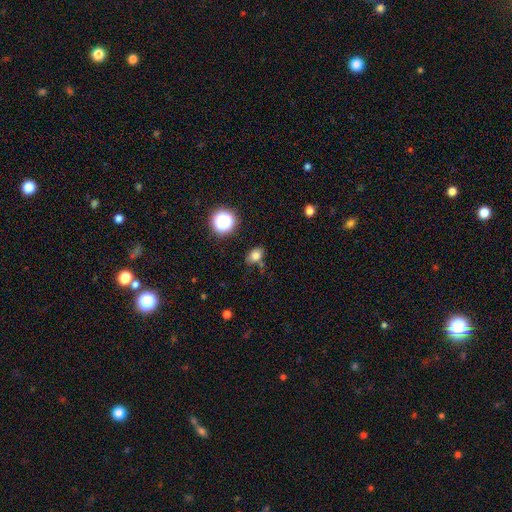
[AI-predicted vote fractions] Morphology: type=smooth (77%); roundness=in between (72%); merging=none (70%).